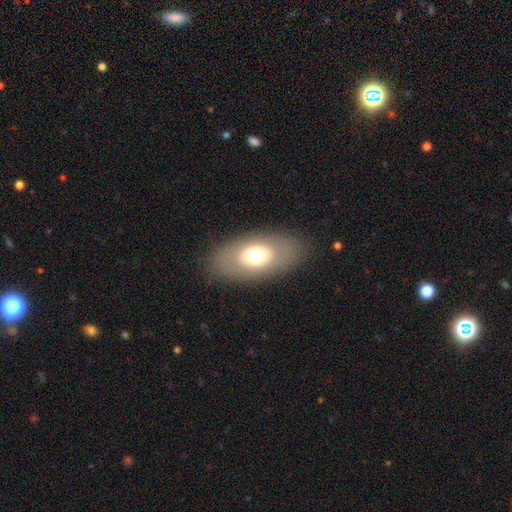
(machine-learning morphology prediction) This is possibly a smooth galaxy (60%). How rounded: clearly in between (90%). Merging: clearly none (83%).